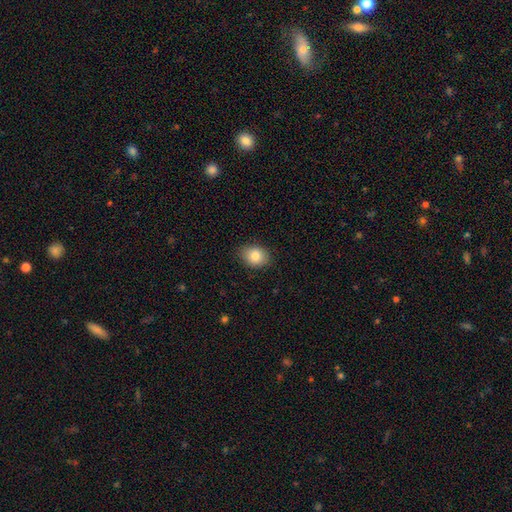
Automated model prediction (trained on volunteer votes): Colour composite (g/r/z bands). It shows a smooth galaxy with no disk features (83%) that is in between round and cigar-shaped (65%). Merging: none (86%).